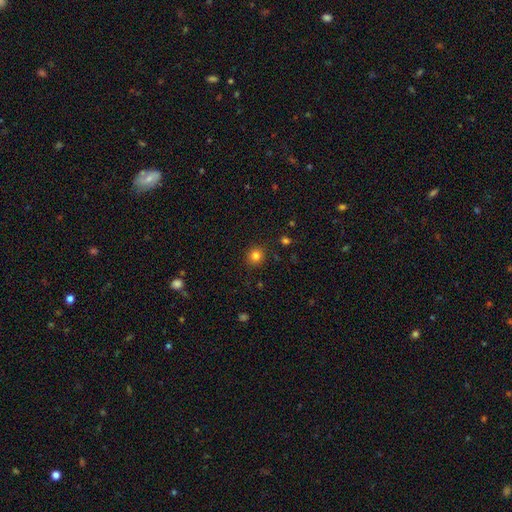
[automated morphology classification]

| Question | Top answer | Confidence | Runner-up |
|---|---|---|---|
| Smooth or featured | smooth | 82% | star or artifact (13%) |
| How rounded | round | 90% | in between (9%) |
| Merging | none | 90% | minor disturbance (6%) |